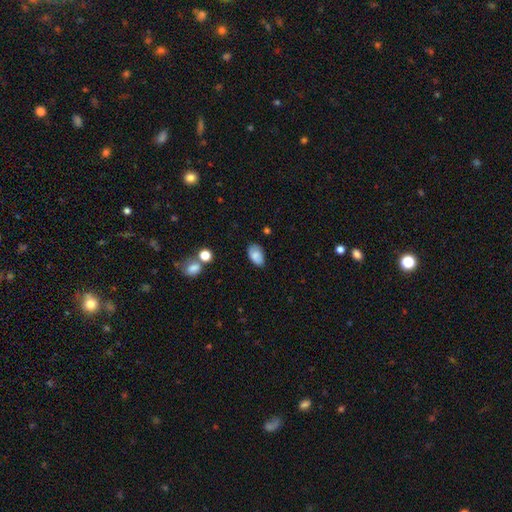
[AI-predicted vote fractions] Smooth or featured?
  - smooth: 79% *
  - featured or disk: 13%
  - star or artifact: 9%
How rounded?
  - in between: 93% *
  - round: 6%
  - cigar-shaped: 2%
Merging?
  - none: 73% *
  - minor disturbance: 21%
  - major disturbance: 4%
  - merger: 3%